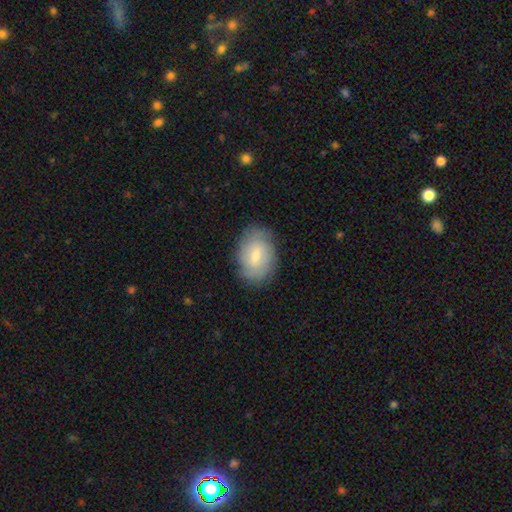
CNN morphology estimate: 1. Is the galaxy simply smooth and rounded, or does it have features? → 60% smooth, 33% featured or disk, 7% star or artifact.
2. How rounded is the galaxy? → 79% in between, 20% round, 1% cigar-shaped.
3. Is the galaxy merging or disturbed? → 78% none, 17% minor disturbance, 4% major disturbance, 1% merger.